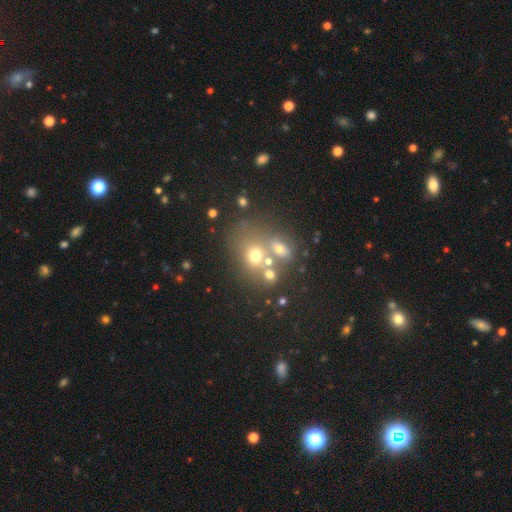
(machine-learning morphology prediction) type=smooth (60%); roundness=round (54%); merging=none (41%).